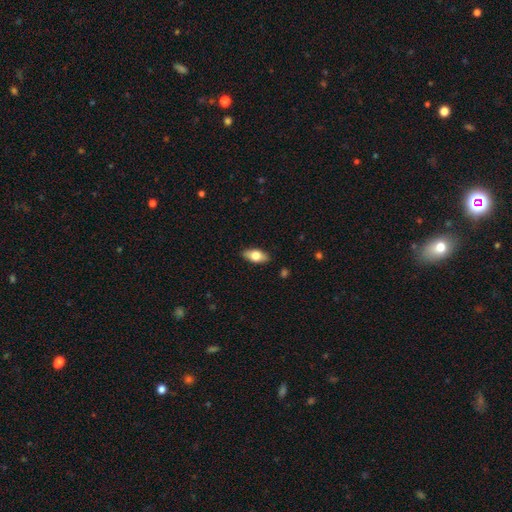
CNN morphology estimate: Smooth or featured?
  - smooth: 71% *
  - featured or disk: 23%
  - star or artifact: 6%
How rounded?
  - in between: 87% *
  - cigar-shaped: 9%
  - round: 4%
Merging?
  - none: 88% *
  - minor disturbance: 9%
  - major disturbance: 2%
  - merger: 1%